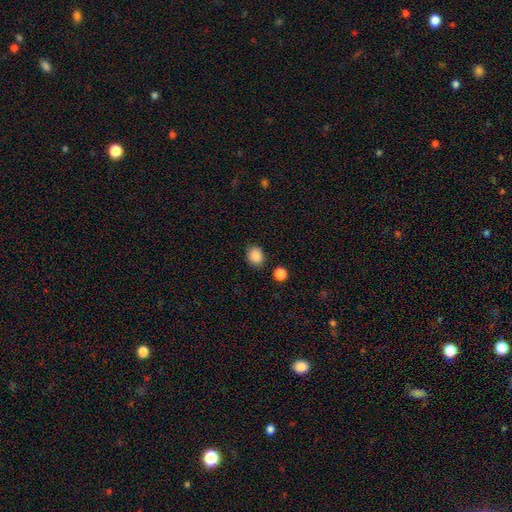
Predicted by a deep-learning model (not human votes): A smooth galaxy with no disk features (87%) that is round (62%).

Vote fractions:
- Smooth or featured? smooth: 87% / star or artifact: 9% / featured or disk: 3%
- How rounded? round: 62% / in between: 37% / cigar-shaped: 1%
- Merging? none: 83% / minor disturbance: 11% / merger: 3% / major disturbance: 3%